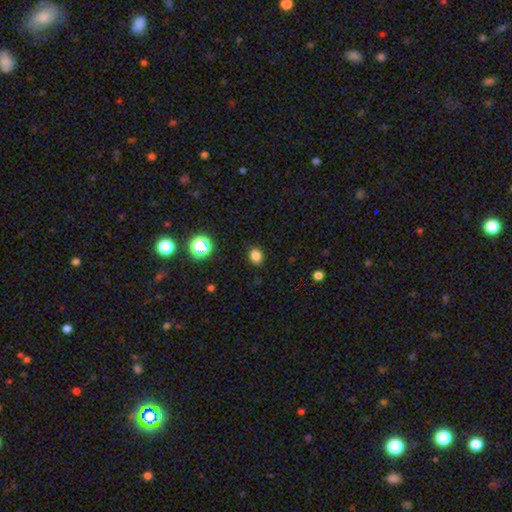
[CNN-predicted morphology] Smooth or featured: smooth — 81% (star or artifact — 15%)
How rounded: in between — 60% (round — 39%)
Merging: none — 88% (minor disturbance — 9%)